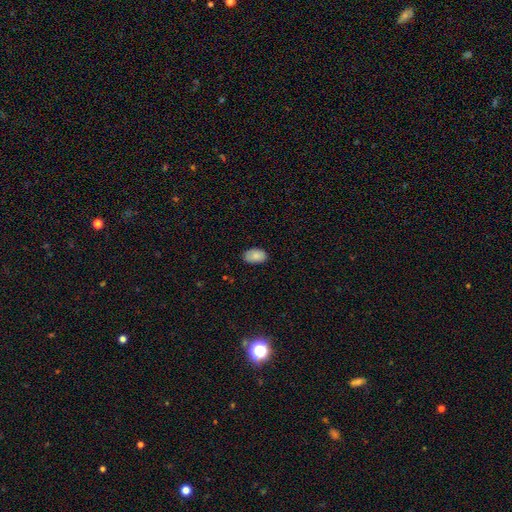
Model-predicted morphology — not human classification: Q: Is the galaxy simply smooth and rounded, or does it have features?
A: smooth — 86%.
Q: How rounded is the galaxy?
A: in between — 93%.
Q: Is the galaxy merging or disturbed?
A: none — 82%.